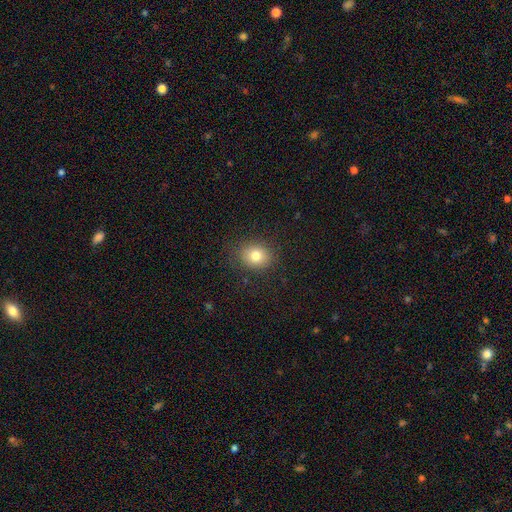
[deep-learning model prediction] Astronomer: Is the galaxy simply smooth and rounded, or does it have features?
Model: smooth — 79%.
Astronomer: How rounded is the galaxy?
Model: round — 62%.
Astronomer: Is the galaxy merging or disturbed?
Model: none — 85%.